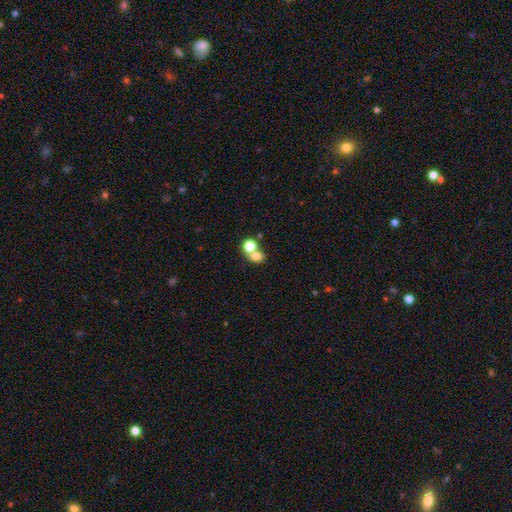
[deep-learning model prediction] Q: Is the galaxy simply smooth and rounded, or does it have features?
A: smooth — 74%.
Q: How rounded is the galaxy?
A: round — 66%.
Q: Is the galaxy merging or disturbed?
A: merger — 55%.